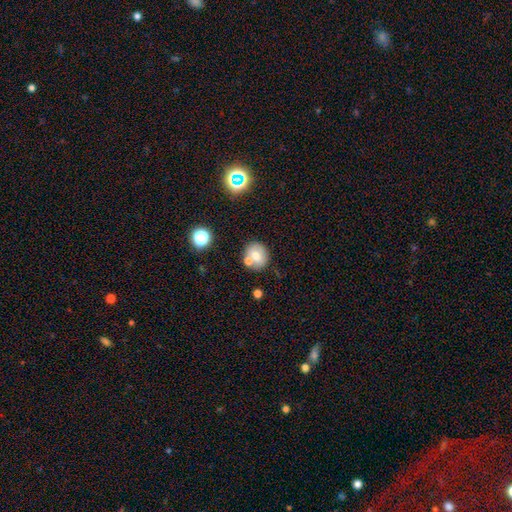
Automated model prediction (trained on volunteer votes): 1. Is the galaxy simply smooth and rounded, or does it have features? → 65% smooth, 23% featured or disk, 12% star or artifact.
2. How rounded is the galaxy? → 76% round, 23% in between, 1% cigar-shaped.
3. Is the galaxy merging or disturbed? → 63% none, 22% merger, 12% minor disturbance, 3% major disturbance.